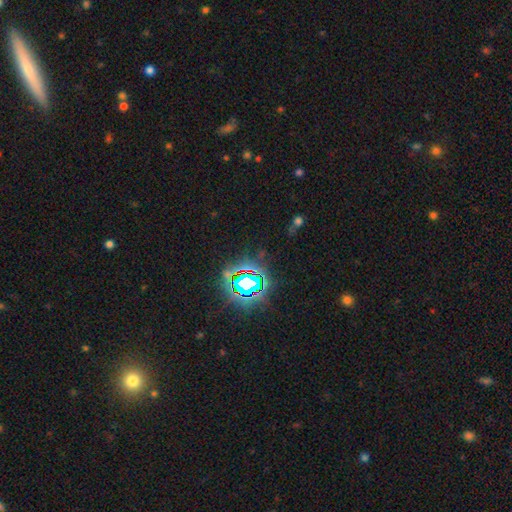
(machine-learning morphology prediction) smooth-or-featured: star or artifact: 81% | smooth: 11% | featured or disk: 8%